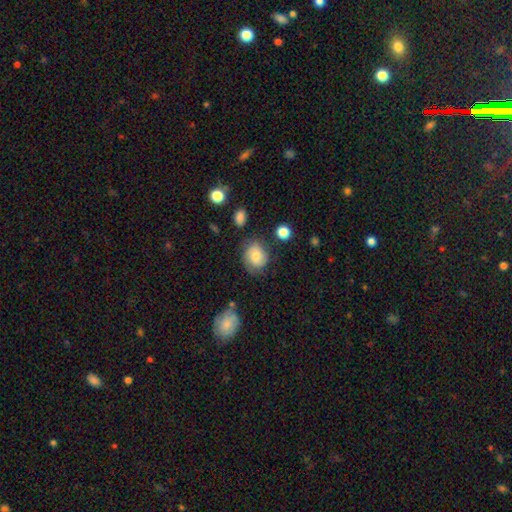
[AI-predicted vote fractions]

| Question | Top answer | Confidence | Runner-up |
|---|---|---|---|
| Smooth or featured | smooth | 63% | featured or disk (28%) |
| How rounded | round | 59% | in between (40%) |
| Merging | none | 63% | minor disturbance (24%) |